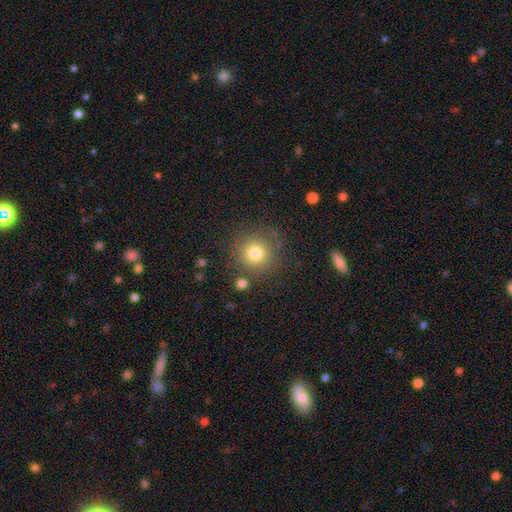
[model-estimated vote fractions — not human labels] Smooth or featured? smooth (61%)
How rounded? round (92%)
Merging? none (85%)